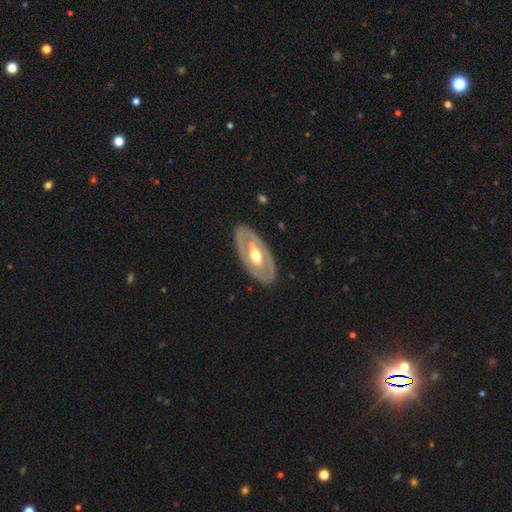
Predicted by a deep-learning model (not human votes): The model was most divided on "smooth or featured": featured or disk: 67%, smooth: 29%, star or artifact: 4%. More confident: edge-on disk — no (86%); merging — none (83%); spiral arms — no (80%); bar — no (77%); bulge size — moderate (74%).